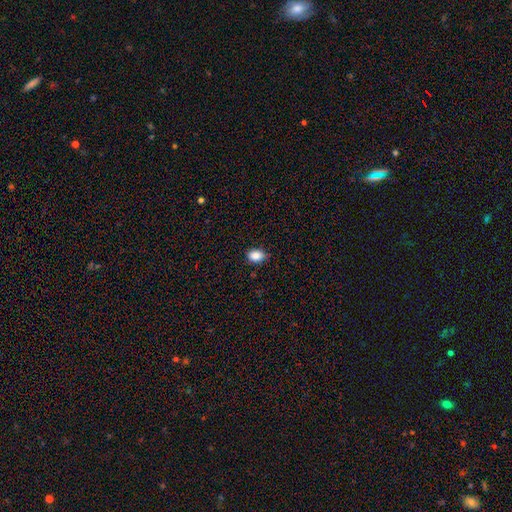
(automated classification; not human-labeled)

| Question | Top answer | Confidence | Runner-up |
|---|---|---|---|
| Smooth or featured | smooth | 87% | star or artifact (9%) |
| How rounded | in between | 76% | round (23%) |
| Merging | none | 79% | minor disturbance (17%) |